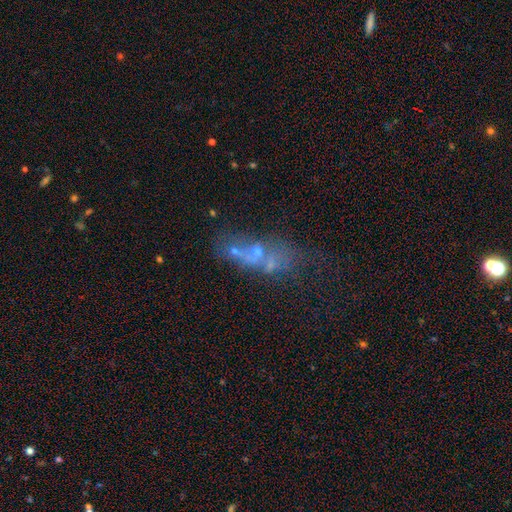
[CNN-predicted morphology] The model was most divided on "merging": none: 34%, merger: 32%, major disturbance: 20%, minor disturbance: 14%. Remaining: smooth or featured — featured or disk (43%).